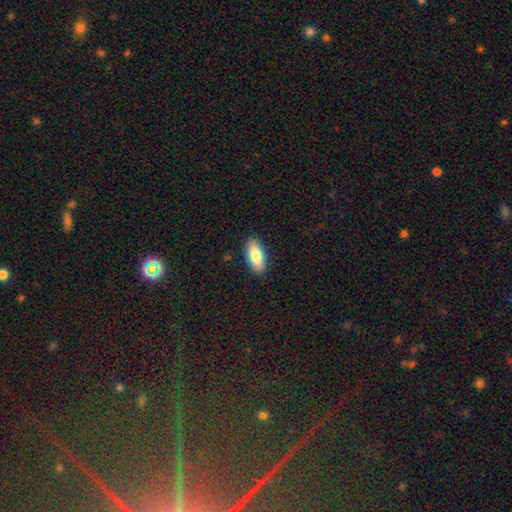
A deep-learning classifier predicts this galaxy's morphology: Overall: smooth (80%). How rounded: in between (82%). Merging: none (89%).